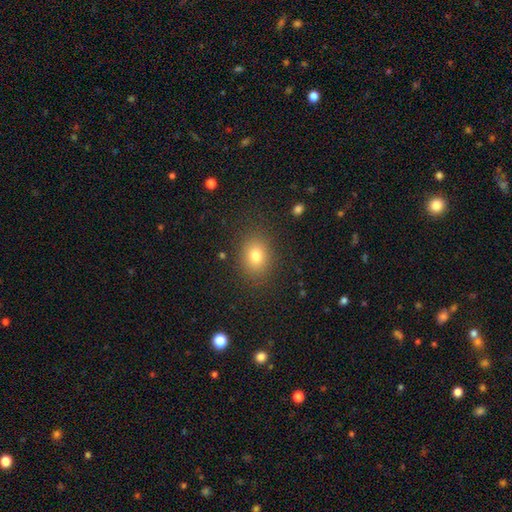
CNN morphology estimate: The model was most divided on "how rounded": in between: 51%, round: 48%, cigar-shaped: 1%. More confident: merging — none (86%); smooth or featured — smooth (78%).